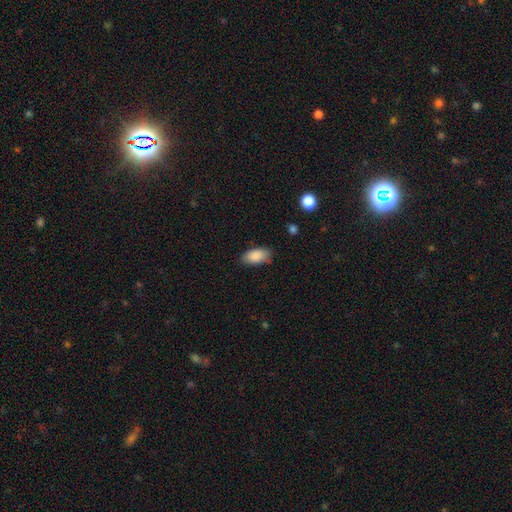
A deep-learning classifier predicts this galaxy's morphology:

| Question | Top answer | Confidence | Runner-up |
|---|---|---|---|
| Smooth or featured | smooth | 88% | star or artifact (7%) |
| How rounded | in between | 93% | cigar-shaped (4%) |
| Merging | none | 78% | minor disturbance (17%) |